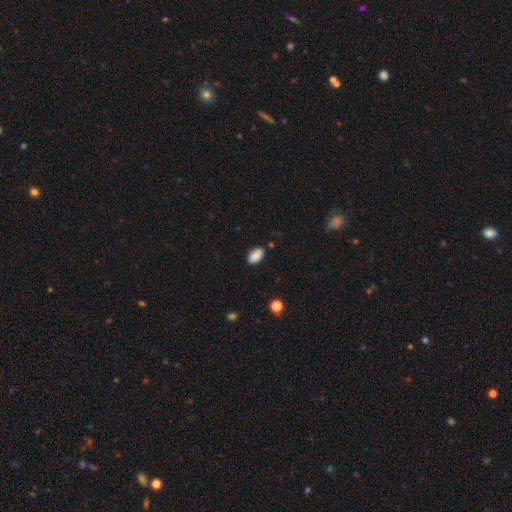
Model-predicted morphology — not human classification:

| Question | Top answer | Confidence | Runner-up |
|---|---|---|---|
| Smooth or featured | smooth | 89% | star or artifact (8%) |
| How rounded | in between | 93% | round (4%) |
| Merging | none | 86% | minor disturbance (10%) |